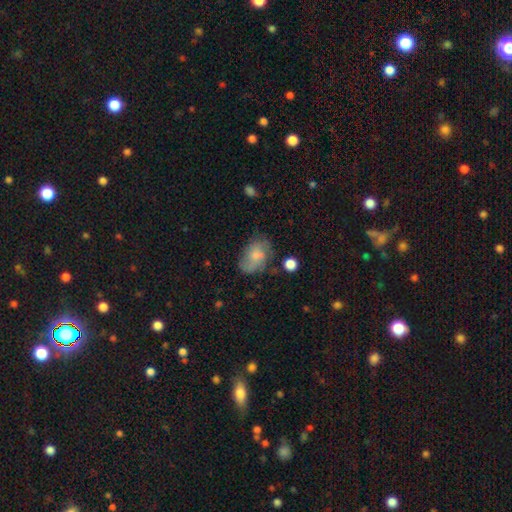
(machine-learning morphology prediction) The model was most divided on "merging": none: 53%, minor disturbance: 28%, major disturbance: 14%, merger: 5%. More confident: how rounded — in between (81%); smooth or featured — smooth (58%).